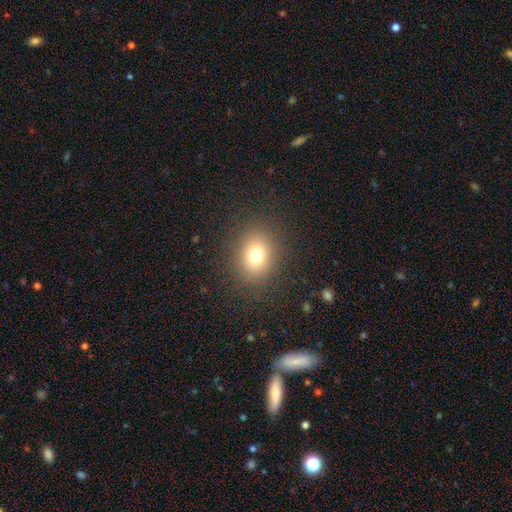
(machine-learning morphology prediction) This appears to be a smooth galaxy with no disk features (74%) that is round (60%). Merging: none (86%).